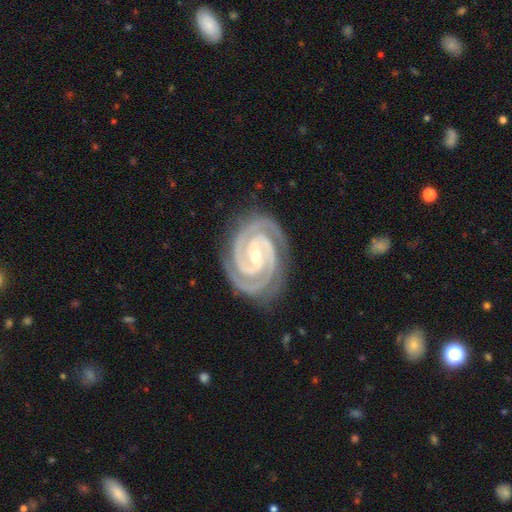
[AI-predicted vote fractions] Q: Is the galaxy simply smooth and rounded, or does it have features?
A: featured or disk — 94%.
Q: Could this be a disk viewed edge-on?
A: no — 98%.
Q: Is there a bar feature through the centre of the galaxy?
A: strong — 40%.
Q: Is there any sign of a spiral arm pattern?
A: yes — 99%.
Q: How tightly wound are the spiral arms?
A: tight — 83%.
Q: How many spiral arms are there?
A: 2 — 80%.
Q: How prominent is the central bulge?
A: small — 63%.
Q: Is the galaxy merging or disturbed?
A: none — 84%.